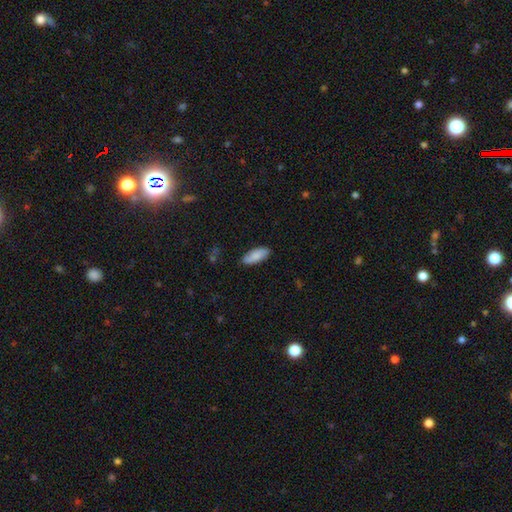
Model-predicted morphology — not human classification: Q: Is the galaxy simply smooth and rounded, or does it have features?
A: smooth — 82%.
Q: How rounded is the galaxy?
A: in between — 79%.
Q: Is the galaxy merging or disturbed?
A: none — 84%.